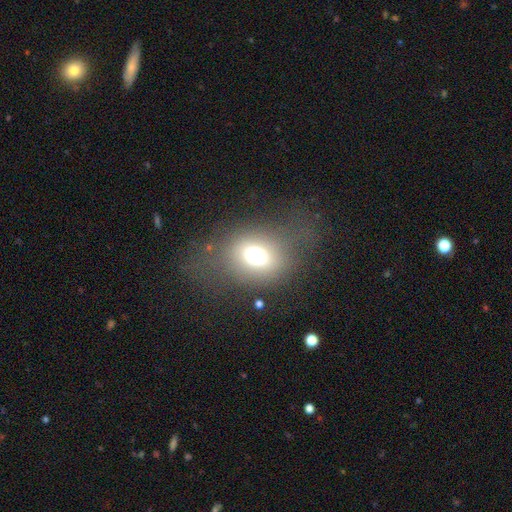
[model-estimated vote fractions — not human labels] smooth-or-featured: smooth: 66% | star or artifact: 19% | featured or disk: 15%
  how-rounded: round: 55% | in between: 44% | cigar-shaped: 1%
  merging: none: 65% | major disturbance: 17% | minor disturbance: 15% | merger: 3%